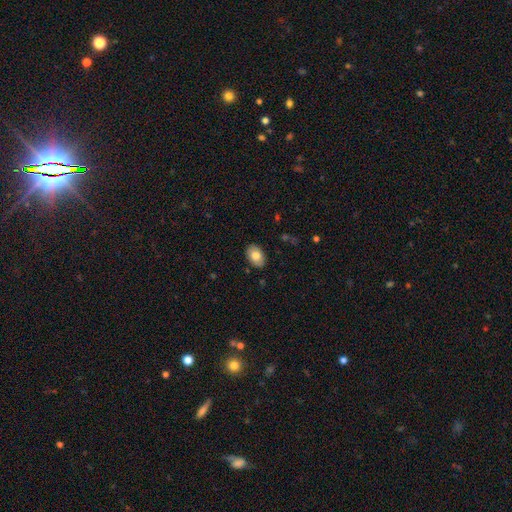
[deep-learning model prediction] This appears to be a smooth galaxy with no disk features (80%) that is in between round and cigar-shaped (88%). Merging: none (87%).